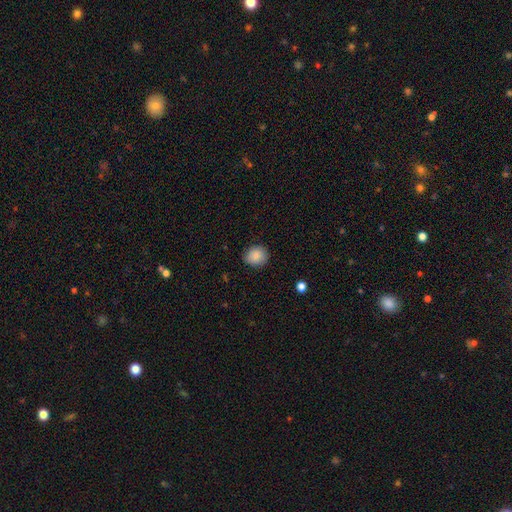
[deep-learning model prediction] Smooth or featured? Predicted: smooth (p=0.86). How rounded? Predicted: round (p=0.80). Merging? Predicted: none (p=0.83).